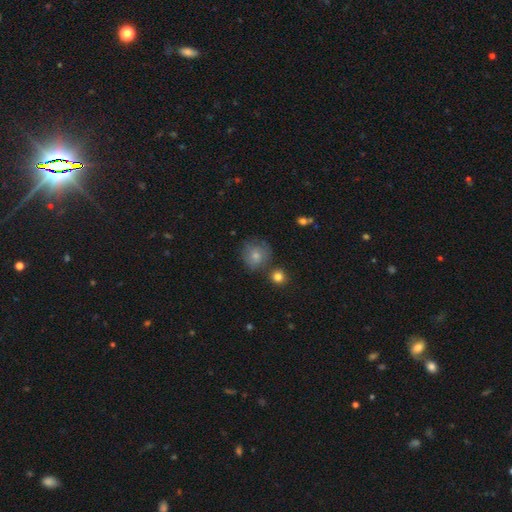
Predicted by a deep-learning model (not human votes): Overall: smooth (70%). How rounded: round (86%). Merging: none (66%).